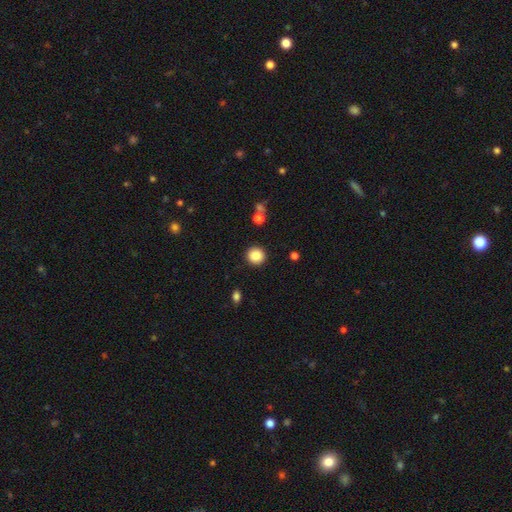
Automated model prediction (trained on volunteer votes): smooth 87%, star or artifact 10%, featured or disk 4%. Down the decision tree: how rounded — round (92%); merging — none (90%).